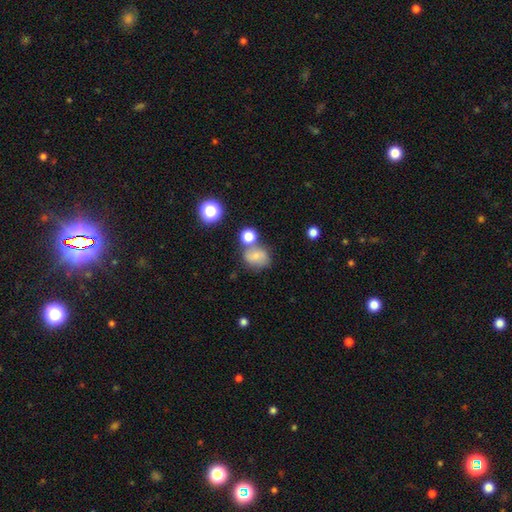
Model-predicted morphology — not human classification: A smooth galaxy with no disk features (68%) that is round (60%).

Vote fractions:
- Smooth or featured? smooth: 68% / featured or disk: 19% / star or artifact: 14%
- How rounded? round: 60% / in between: 39% / cigar-shaped: 1%
- Merging? none: 51% / merger: 26% / minor disturbance: 16% / major disturbance: 7%